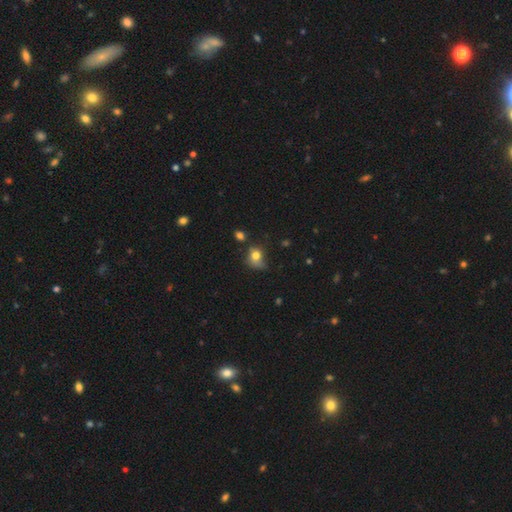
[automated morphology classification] This is likely a smooth galaxy (74%). How rounded: possibly round (58%). Merging: marginally none (36%).